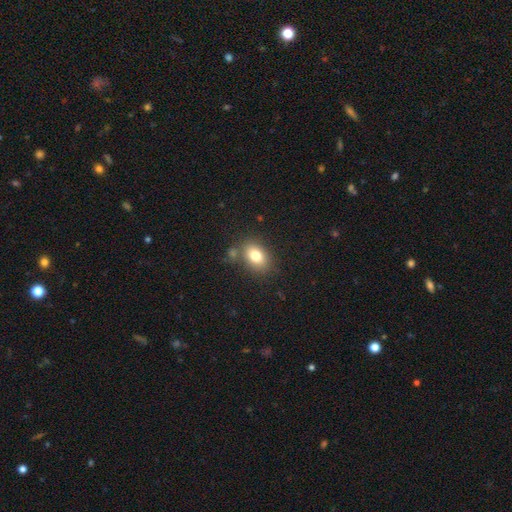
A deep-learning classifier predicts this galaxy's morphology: Smooth or featured?
  - smooth: 79% *
  - featured or disk: 11%
  - star or artifact: 10%
How rounded?
  - in between: 78% *
  - round: 21%
  - cigar-shaped: 1%
Merging?
  - none: 74% *
  - minor disturbance: 13%
  - merger: 9%
  - major disturbance: 4%